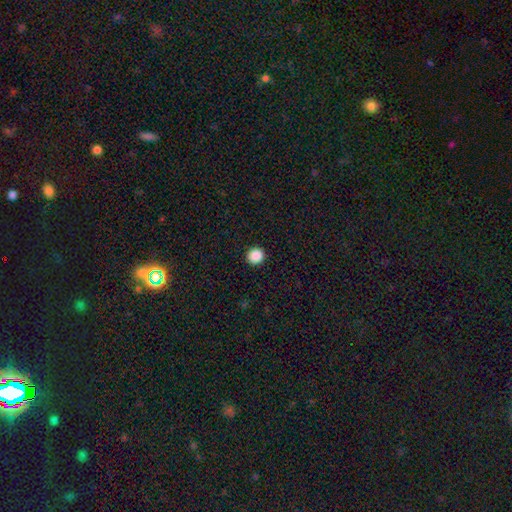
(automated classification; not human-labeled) Smooth or featured: smooth — 88% (star or artifact — 9%)
How rounded: round — 92% (in between — 7%)
Merging: none — 93% (minor disturbance — 4%)